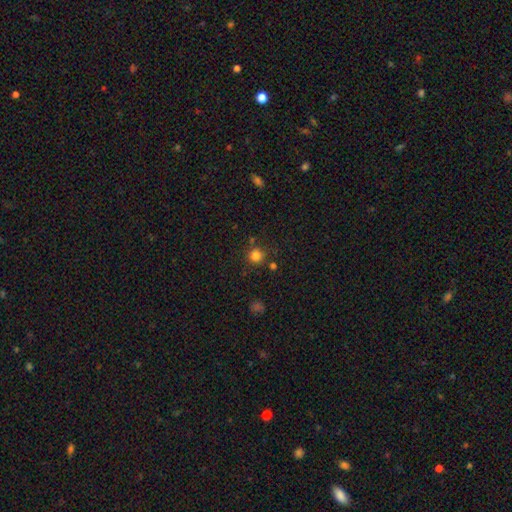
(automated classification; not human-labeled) The model was most divided on "merging": none: 77%, minor disturbance: 11%, merger: 8%, major disturbance: 4%. More confident: how rounded — round (91%); smooth or featured — smooth (81%).